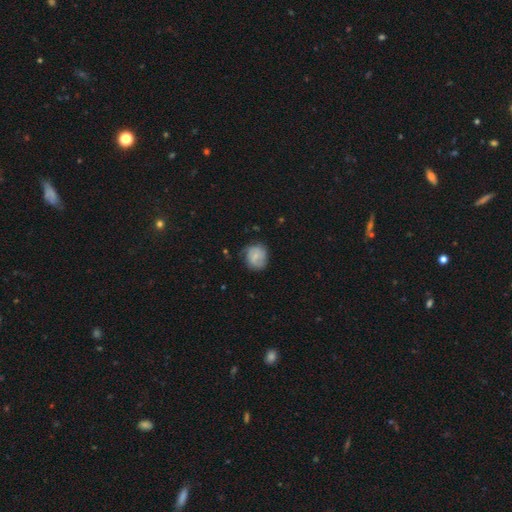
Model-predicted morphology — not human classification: smooth 53%, featured or disk 39%, star or artifact 8%. Down the decision tree: how rounded — round (74%); merging — none (65%).